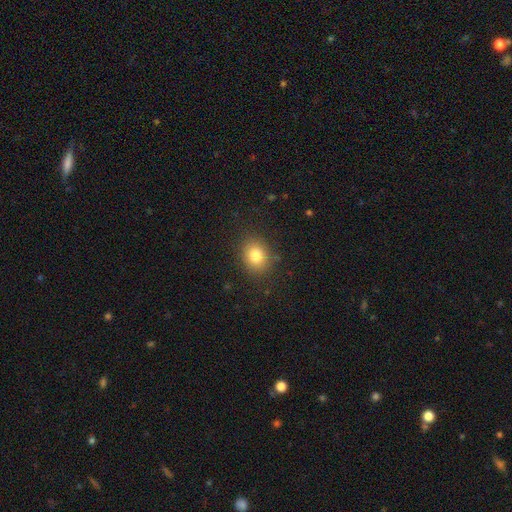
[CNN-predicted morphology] smooth_or_featured: smooth (p=0.81) [alt: star or artifact p=0.11]
how_rounded: round (p=0.61) [alt: in between p=0.38]
merging: none (p=0.86) [alt: minor disturbance p=0.09]